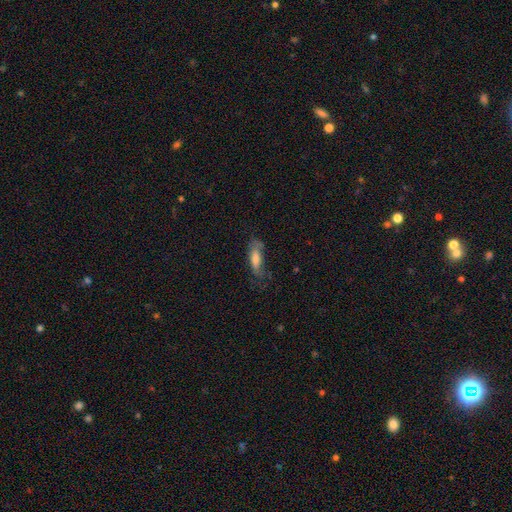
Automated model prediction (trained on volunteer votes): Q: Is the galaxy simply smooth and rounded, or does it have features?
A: smooth — 49%.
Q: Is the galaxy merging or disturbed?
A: none — 59%.